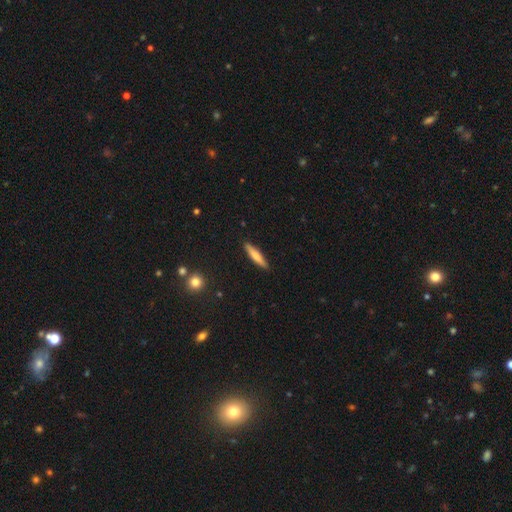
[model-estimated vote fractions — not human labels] smooth_or_featured: smooth (p=0.65) [alt: featured or disk p=0.29]
how_rounded: cigar-shaped (p=0.87) [alt: in between p=0.12]
merging: none (p=0.90) [alt: minor disturbance p=0.07]